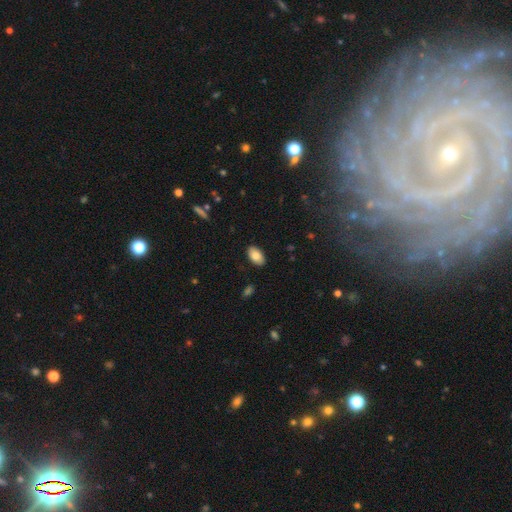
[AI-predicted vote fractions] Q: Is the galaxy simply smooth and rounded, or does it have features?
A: smooth — 84%.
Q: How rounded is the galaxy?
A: in between — 94%.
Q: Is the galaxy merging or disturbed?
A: none — 88%.